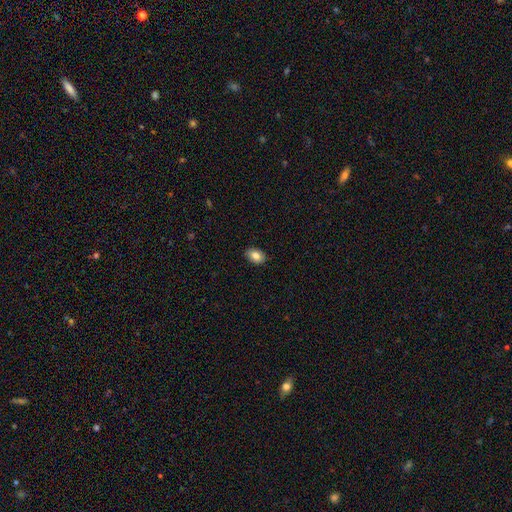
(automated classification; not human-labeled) This appears to be a smooth galaxy with no disk features (82%) that is in between round and cigar-shaped (80%). Merging: none (89%).